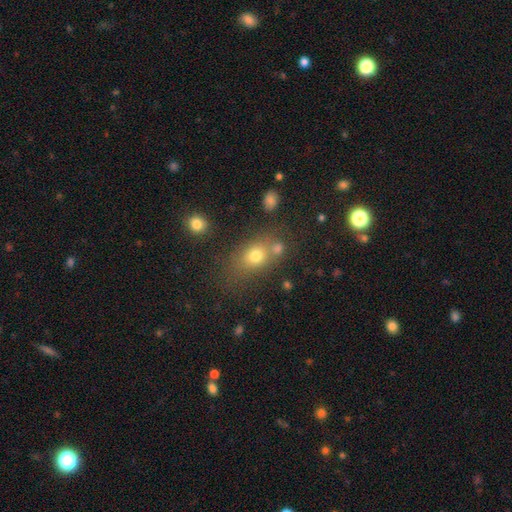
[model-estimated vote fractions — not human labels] Q: Smooth or featured?
A: smooth (70%); runner-up: star or artifact (16%)
Q: How rounded?
A: in between (56%); runner-up: round (41%)
Q: Merging?
A: none (56%); runner-up: merger (23%)